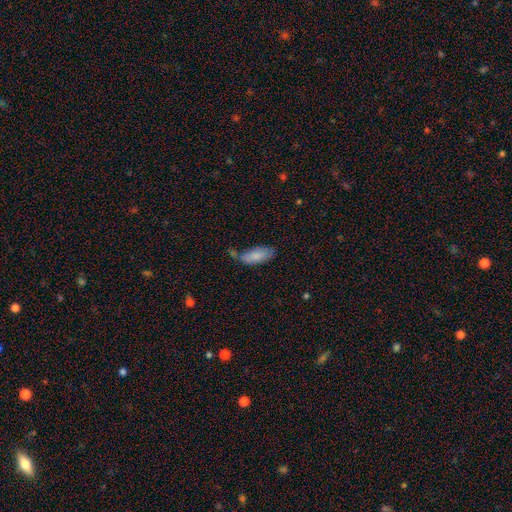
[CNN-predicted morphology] Smooth or featured? Predicted: smooth (p=0.82). How rounded? Predicted: in between (p=0.81). Merging? Predicted: none (p=0.52).